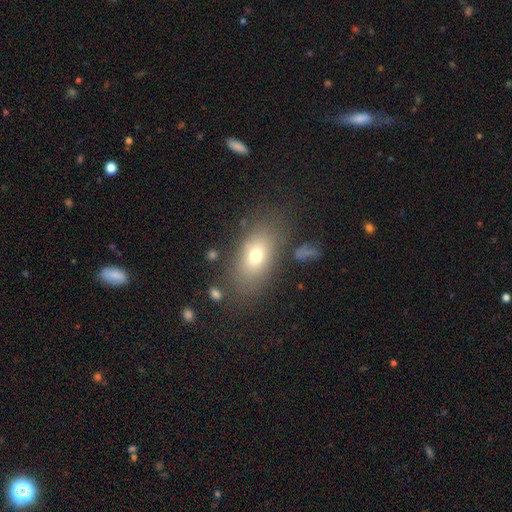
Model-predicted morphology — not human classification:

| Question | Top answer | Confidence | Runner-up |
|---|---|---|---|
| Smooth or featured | smooth | 69% | featured or disk (19%) |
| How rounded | in between | 84% | round (11%) |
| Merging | none | 75% | minor disturbance (14%) |